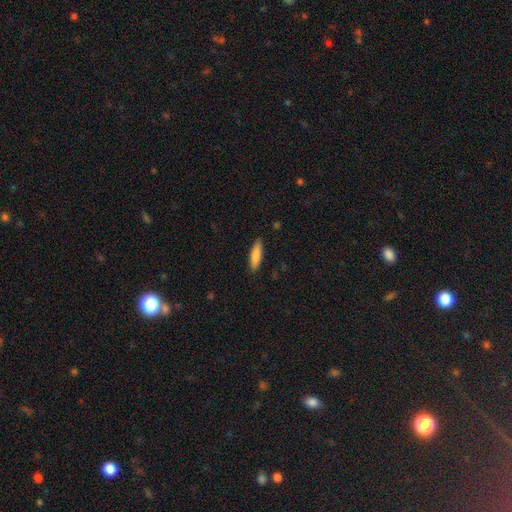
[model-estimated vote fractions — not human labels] smooth_or_featured: smooth (p=0.85) [alt: featured or disk p=0.09]
how_rounded: cigar-shaped (p=0.59) [alt: in between p=0.40]
merging: none (p=0.88) [alt: minor disturbance p=0.09]